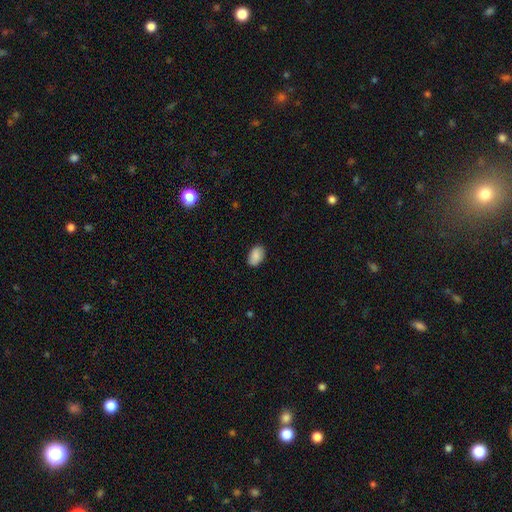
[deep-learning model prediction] Smooth or featured: smooth — 86% (star or artifact — 7%)
How rounded: in between — 89% (round — 10%)
Merging: none — 85% (minor disturbance — 11%)